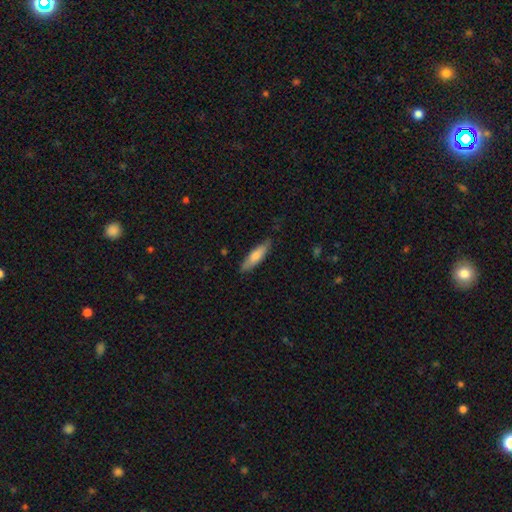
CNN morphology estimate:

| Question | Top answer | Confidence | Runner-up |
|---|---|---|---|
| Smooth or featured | smooth | 75% | featured or disk (20%) |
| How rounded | cigar-shaped | 63% | in between (35%) |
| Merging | none | 79% | minor disturbance (17%) |